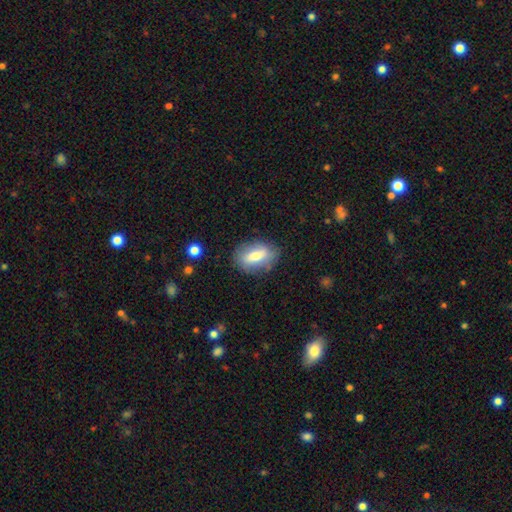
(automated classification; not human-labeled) This appears to be a smooth galaxy with no disk features (63%) that is in between round and cigar-shaped (83%). Merging: none (82%).